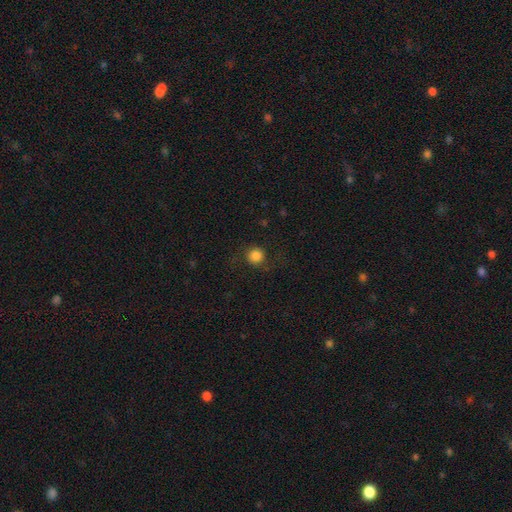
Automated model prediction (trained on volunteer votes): smooth_or_featured: smooth (p=0.81) [alt: star or artifact p=0.11]
how_rounded: round (p=0.93) [alt: in between p=0.06]
merging: none (p=0.79) [alt: minor disturbance p=0.12]